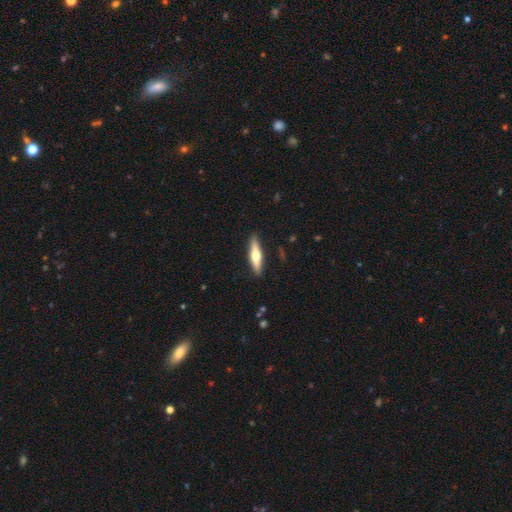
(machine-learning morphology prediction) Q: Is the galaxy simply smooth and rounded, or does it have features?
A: featured or disk — 54%.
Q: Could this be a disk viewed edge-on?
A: yes — 94%.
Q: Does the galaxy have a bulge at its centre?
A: rounded — 93%.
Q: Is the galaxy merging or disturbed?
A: none — 89%.